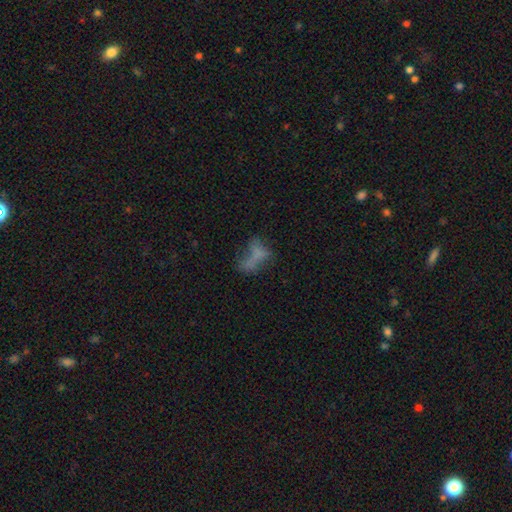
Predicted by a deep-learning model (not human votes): Overall: smooth (50%; featured or disk 32%). How rounded: in between (77%). Merging: none (33%; major disturbance 29%).